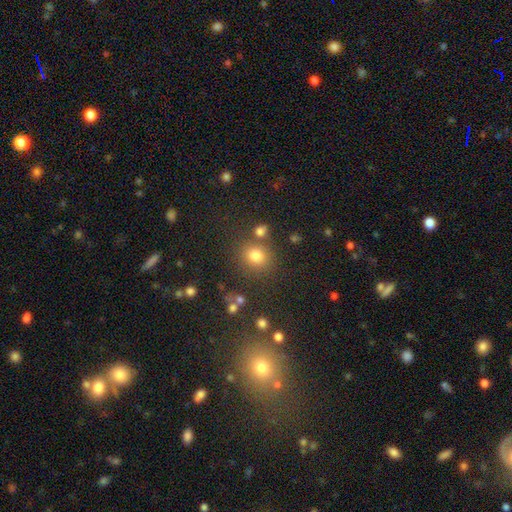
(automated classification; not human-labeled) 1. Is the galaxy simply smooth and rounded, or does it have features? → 77% smooth, 16% star or artifact, 7% featured or disk.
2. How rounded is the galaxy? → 78% round, 21% in between, 1% cigar-shaped.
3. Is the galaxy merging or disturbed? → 73% none, 11% merger, 11% minor disturbance, 4% major disturbance.